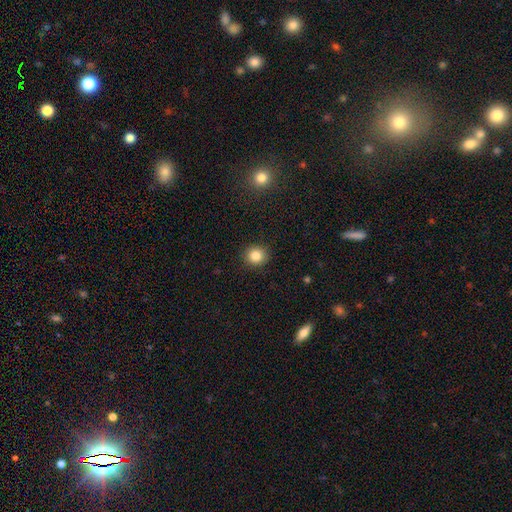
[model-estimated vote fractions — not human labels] This is clearly a smooth galaxy (85%). How rounded: clearly round (83%). Merging: clearly none (90%).